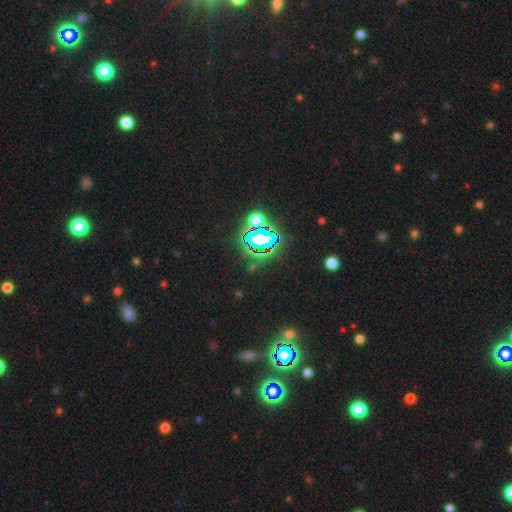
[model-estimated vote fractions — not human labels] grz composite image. It shows a star or artifact, not a galaxy (83%).